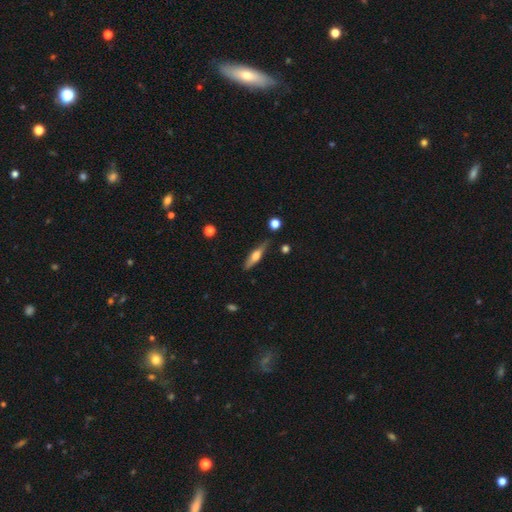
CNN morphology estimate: This appears to be a featured or disk galaxy (58%) viewed edge-on (95%) with a rounded central bulge (88%). Merging: none (81%).